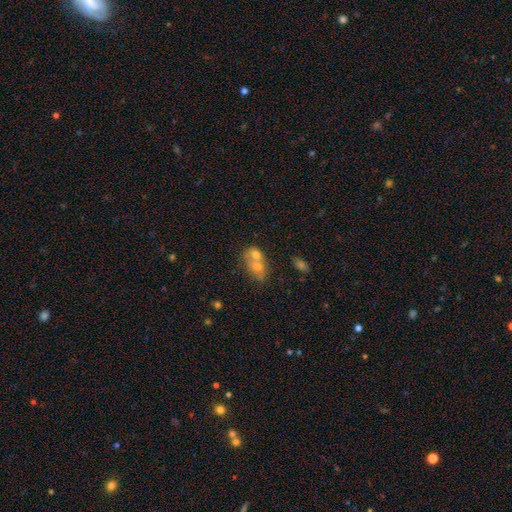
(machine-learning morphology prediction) A smooth galaxy with no disk features (61%) that is in between round and cigar-shaped (63%). Merging: merger (61%).